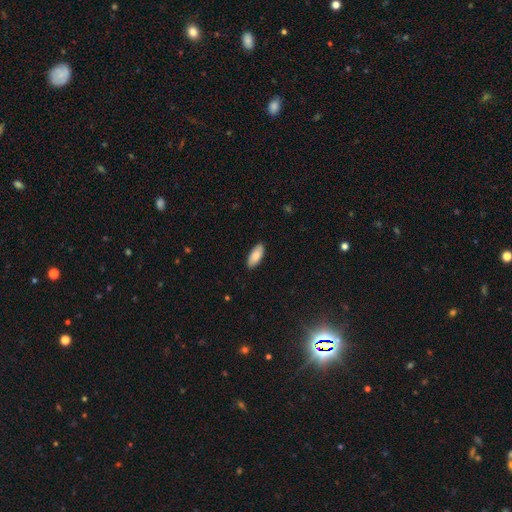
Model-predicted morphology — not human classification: Smooth or featured? smooth (84%)
How rounded? in between (84%)
Merging? none (88%)